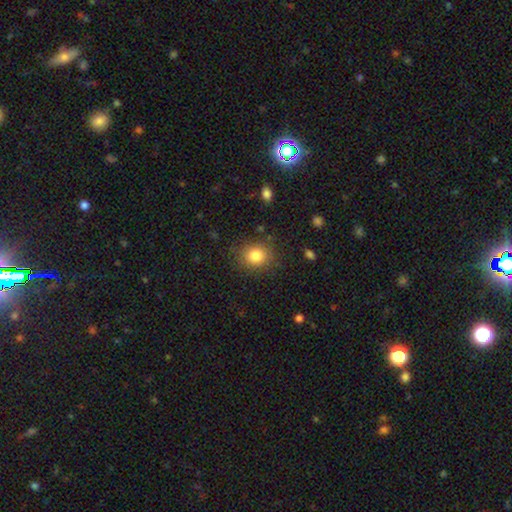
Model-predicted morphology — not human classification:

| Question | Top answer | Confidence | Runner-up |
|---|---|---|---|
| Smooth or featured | smooth | 83% | star or artifact (10%) |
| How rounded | round | 72% | in between (27%) |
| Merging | none | 84% | minor disturbance (11%) |